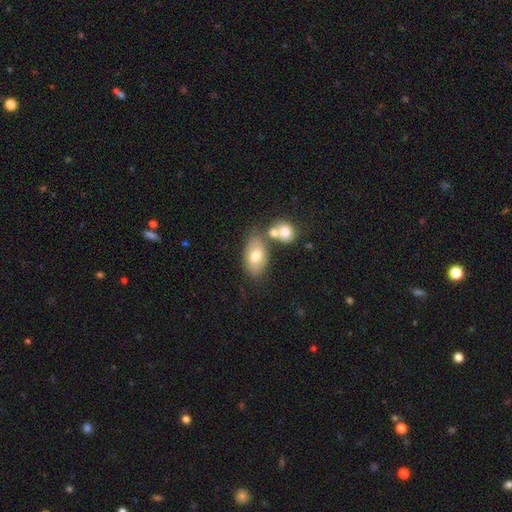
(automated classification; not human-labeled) A smooth galaxy with no disk features (71%) that is in between round and cigar-shaped (89%). Merging: none (58%).